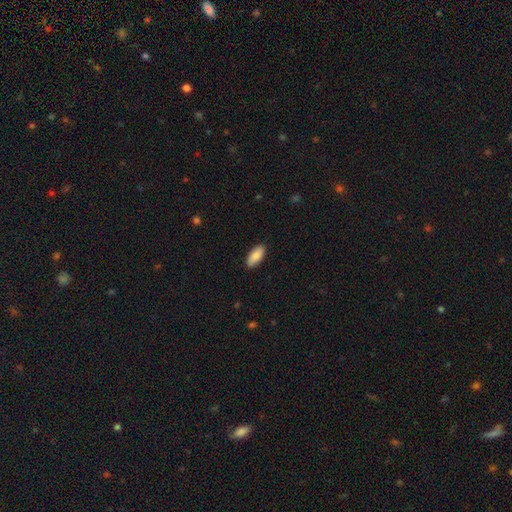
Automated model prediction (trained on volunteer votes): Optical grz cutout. It shows a smooth galaxy with no disk features (87%) that is in between round and cigar-shaped (89%). Merging: none (89%).